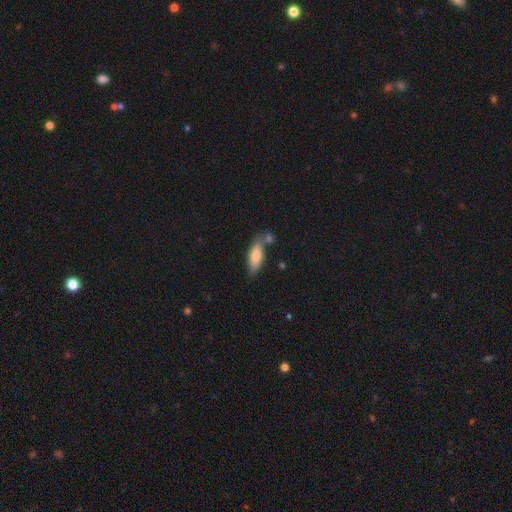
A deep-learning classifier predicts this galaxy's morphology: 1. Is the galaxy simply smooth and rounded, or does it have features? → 75% smooth, 19% featured or disk, 7% star or artifact.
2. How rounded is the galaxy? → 61% in between, 37% cigar-shaped, 2% round.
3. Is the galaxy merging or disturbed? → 65% none, 16% minor disturbance, 16% merger, 4% major disturbance.